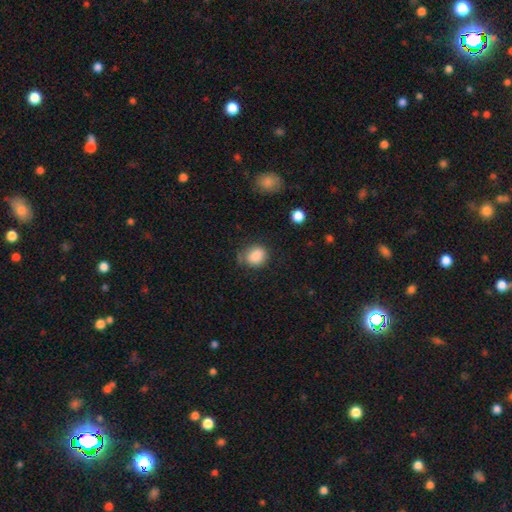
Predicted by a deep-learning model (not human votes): This is clearly a smooth galaxy (86%). How rounded: likely round (67%). Merging: likely none (62%).